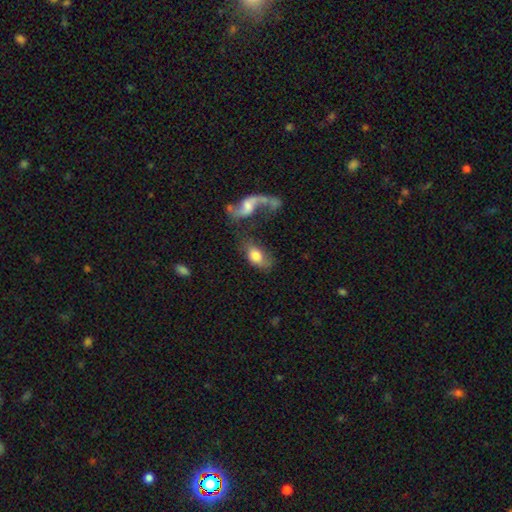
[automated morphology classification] This appears to be a smooth galaxy with no disk features (65%) that is in between round and cigar-shaped (88%). Merging: none (38%).